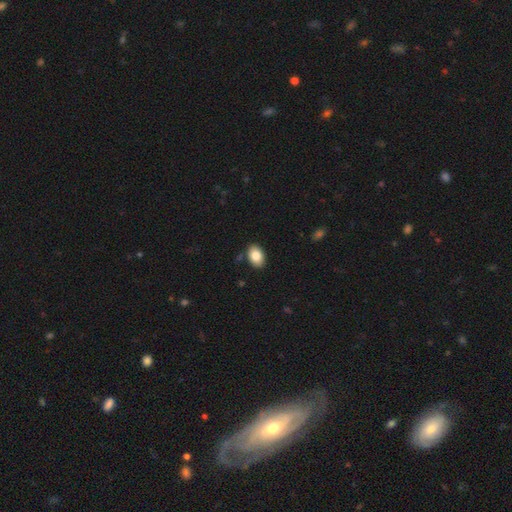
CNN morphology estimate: A smooth galaxy with no disk features (83%) that is in between round and cigar-shaped (88%). Merging: none (86%).